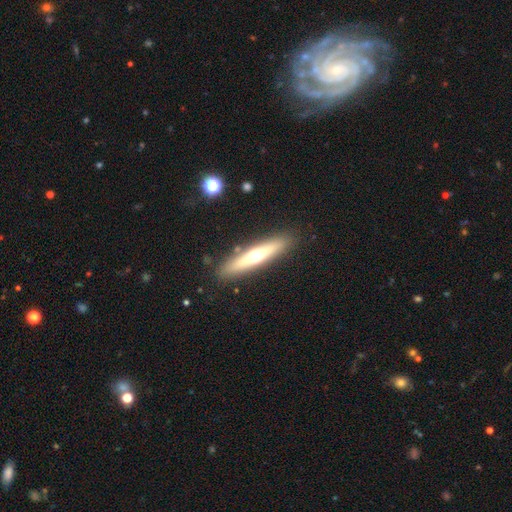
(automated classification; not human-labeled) smooth_or_featured: featured or disk (p=0.47) [tied with: smooth p=0.47]
merging: none (p=0.87) [alt: minor disturbance p=0.08]